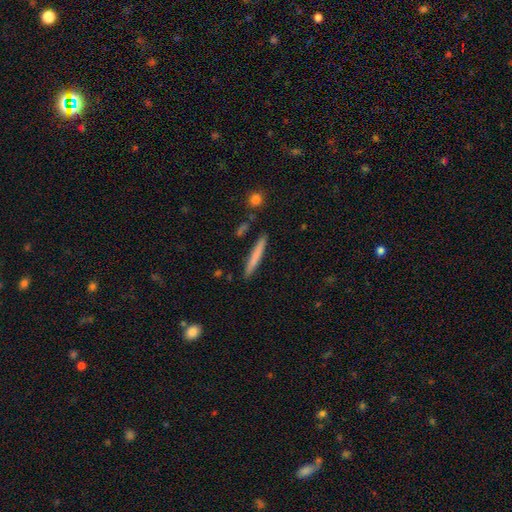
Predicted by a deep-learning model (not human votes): smooth 71%, featured or disk 23%, star or artifact 6%. Down the decision tree: how rounded — cigar-shaped (96%); merging — none (89%).